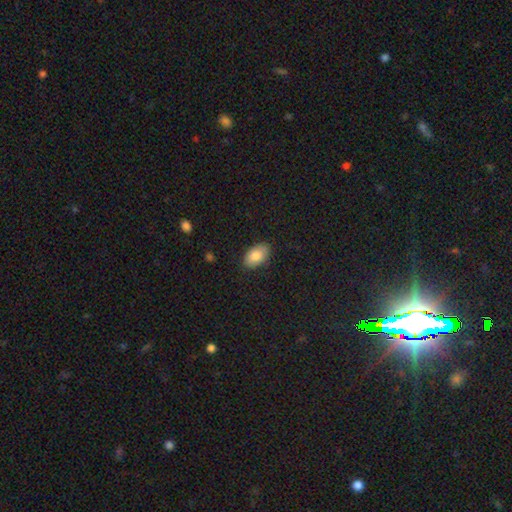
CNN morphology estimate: This appears to be a smooth galaxy with no disk features (83%) that is in between round and cigar-shaped (92%). Merging: none (86%).